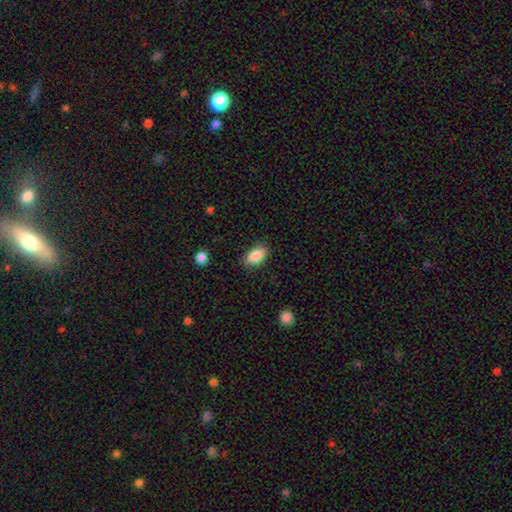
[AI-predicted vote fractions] Smooth or featured?
  - smooth: 86% *
  - star or artifact: 7%
  - featured or disk: 6%
How rounded?
  - in between: 90% *
  - round: 8%
  - cigar-shaped: 3%
Merging?
  - none: 82% *
  - minor disturbance: 14%
  - major disturbance: 3%
  - merger: 1%